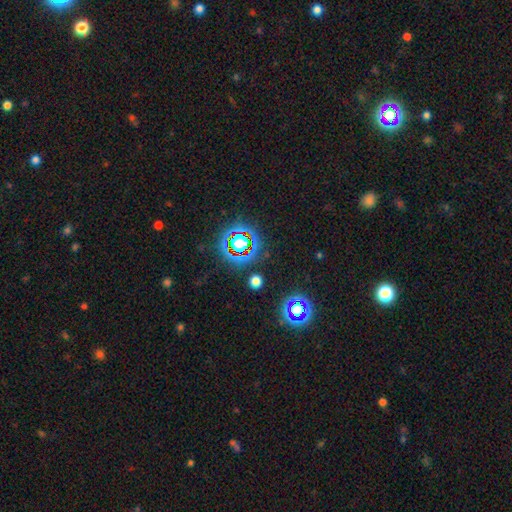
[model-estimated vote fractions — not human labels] Morphology: type=star or artifact (73%).